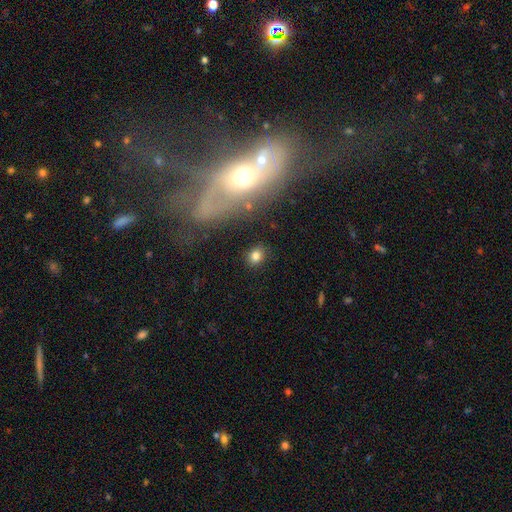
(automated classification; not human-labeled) A smooth galaxy with no disk features (80%) that is round (53%). Merging: none (86%).